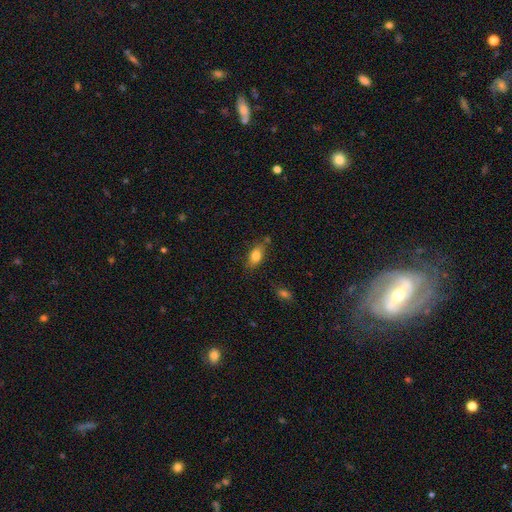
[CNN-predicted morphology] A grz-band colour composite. It shows a smooth galaxy with no disk features (81%) that is in between round and cigar-shaped (86%). Merging: none (71%).